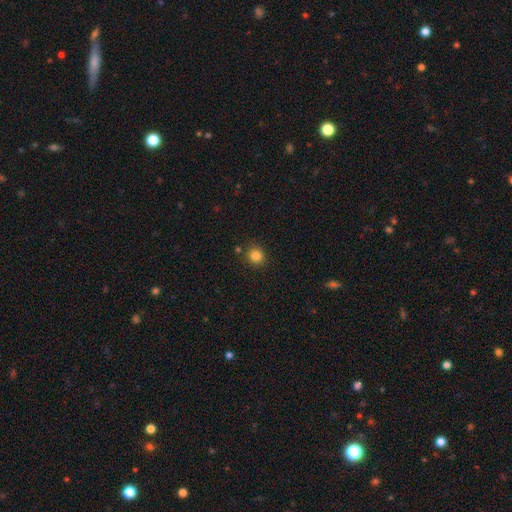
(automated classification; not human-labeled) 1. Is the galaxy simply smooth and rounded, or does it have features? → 83% smooth, 12% star or artifact, 5% featured or disk.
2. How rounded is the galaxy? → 90% round, 9% in between, 1% cigar-shaped.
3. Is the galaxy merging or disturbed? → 85% none, 9% minor disturbance, 4% merger, 3% major disturbance.